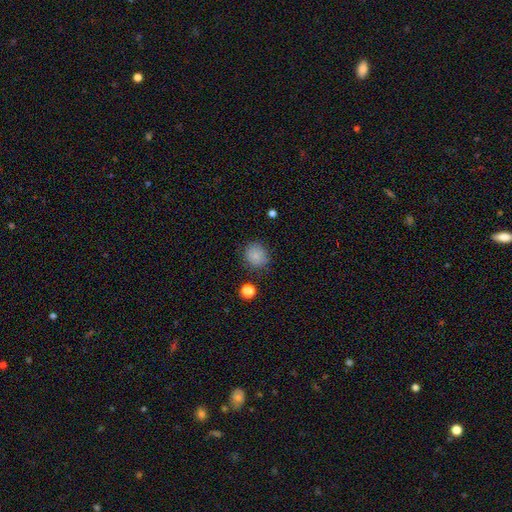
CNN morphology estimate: A smooth galaxy with no disk features (84%) that is round (82%).

Vote fractions:
- Smooth or featured? smooth: 84% / star or artifact: 11% / featured or disk: 6%
- How rounded? round: 82% / in between: 17% / cigar-shaped: 1%
- Merging? none: 80% / minor disturbance: 14% / major disturbance: 4% / merger: 2%